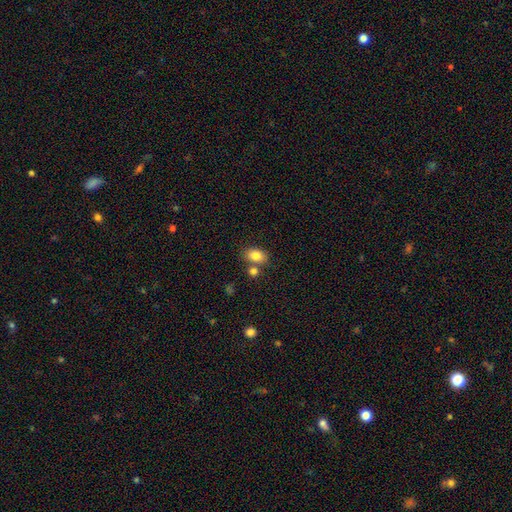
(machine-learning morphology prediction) This is clearly a smooth galaxy (83%). How rounded: likely in between (80%). Merging: likely none (67%).